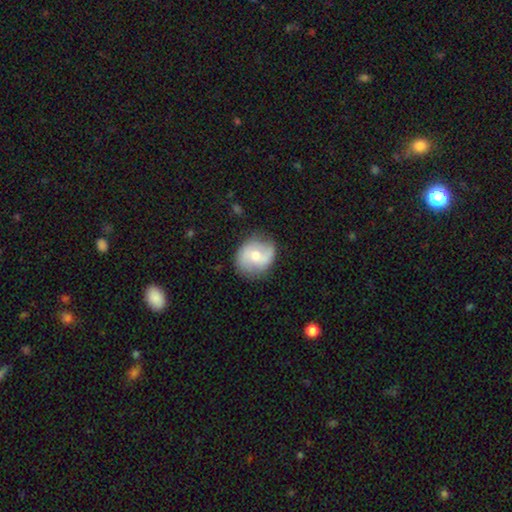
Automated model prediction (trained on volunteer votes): featured or disk 56%, smooth 37%, star or artifact 7%. Down the decision tree: edge-on disk — no (96%); bar — no (52%); spiral arms — yes (77%); bulge size — moderate (65%); merging — none (76%).